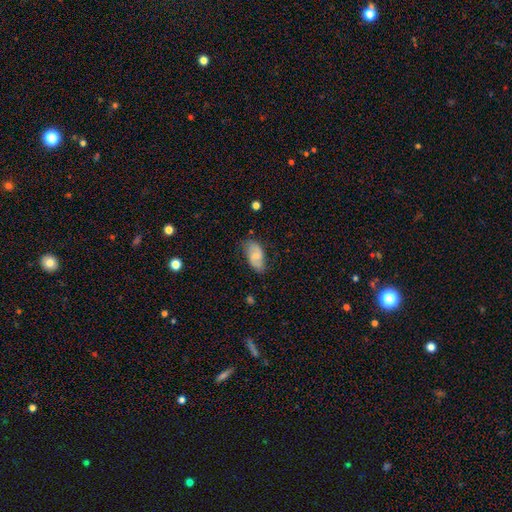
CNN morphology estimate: smooth-or-featured: smooth: 52% | featured or disk: 41% | star or artifact: 7%
  how-rounded: in between: 93% | round: 5% | cigar-shaped: 3%
  merging: none: 71% | minor disturbance: 23% | major disturbance: 5% | merger: 2%